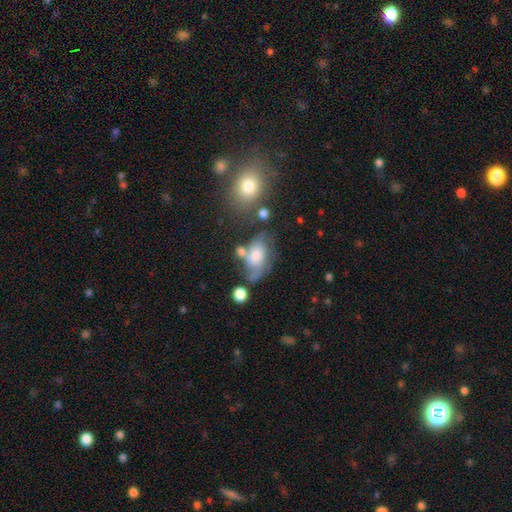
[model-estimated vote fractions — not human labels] This is possibly a smooth galaxy (45%). Merging: marginally none (35%).